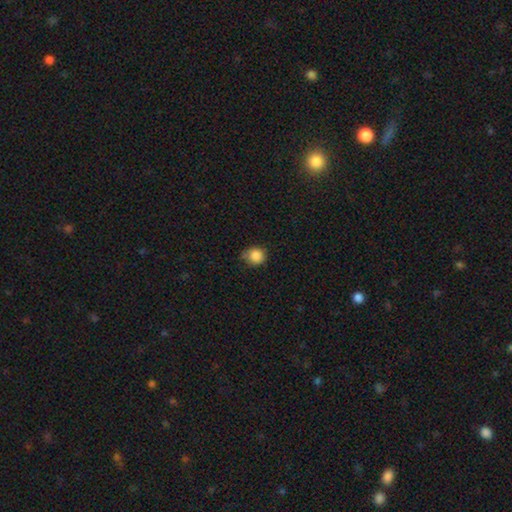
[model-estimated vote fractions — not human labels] Smooth or featured: smooth — 86% (star or artifact — 10%)
How rounded: round — 90% (in between — 9%)
Merging: none — 69% (minor disturbance — 23%)